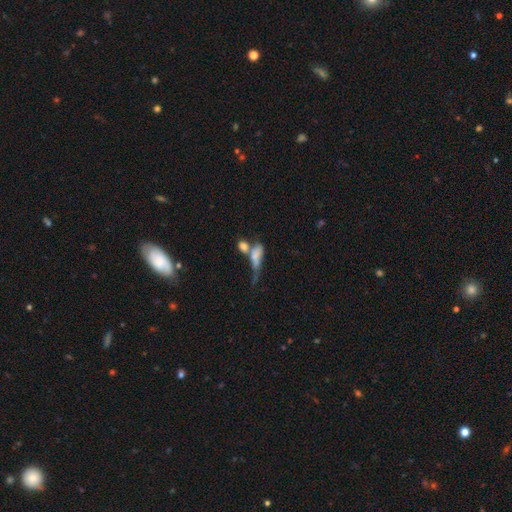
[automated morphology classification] Smooth or featured?
  - smooth: 65% *
  - featured or disk: 25%
  - star or artifact: 10%
How rounded?
  - in between: 65% *
  - cigar-shaped: 23%
  - round: 12%
Merging?
  - merger: 53% *
  - major disturbance: 19%
  - none: 16%
  - minor disturbance: 11%